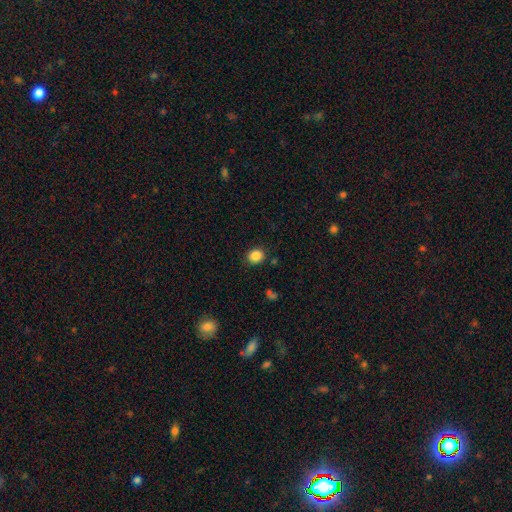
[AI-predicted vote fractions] Morphology: type=smooth (86%); roundness=round (68%); merging=none (87%).